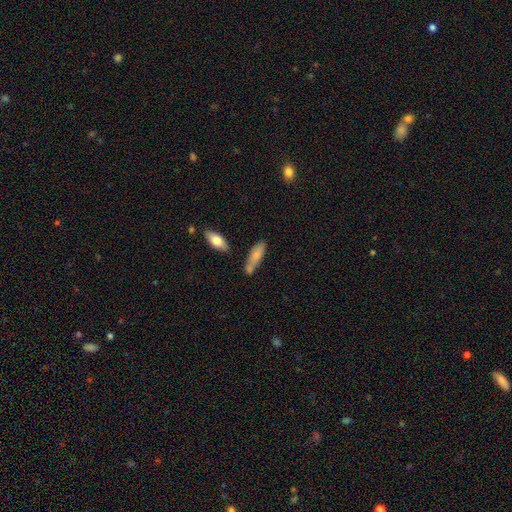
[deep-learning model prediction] This appears to be a smooth galaxy with no disk features (75%) that is in between round and cigar-shaped (53%). Merging: none (54%).